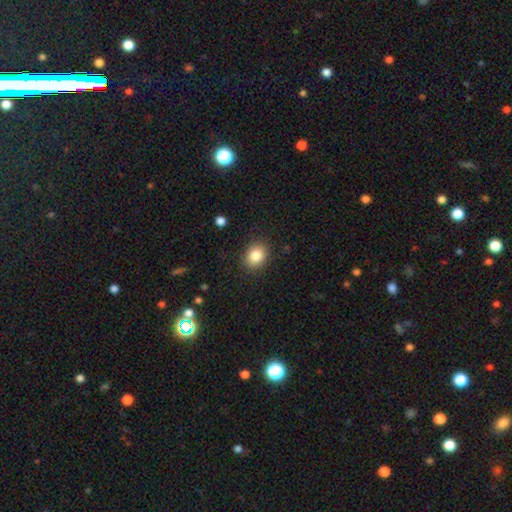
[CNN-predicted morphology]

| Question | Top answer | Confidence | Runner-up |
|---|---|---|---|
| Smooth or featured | smooth | 84% | star or artifact (9%) |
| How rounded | round | 53% | in between (46%) |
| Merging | none | 87% | minor disturbance (9%) |